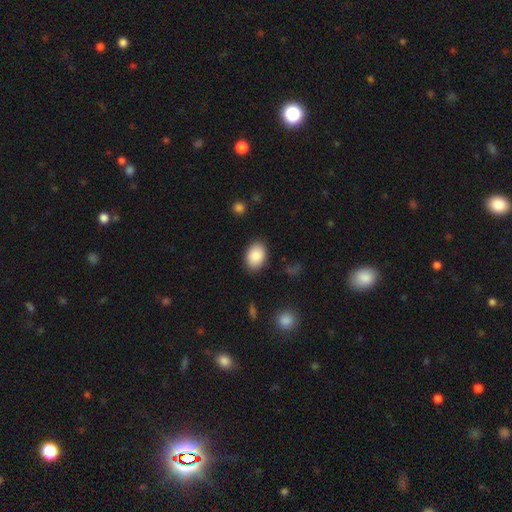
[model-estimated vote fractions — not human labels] Morphology: type=smooth (87%); roundness=in between (83%); merging=none (86%).